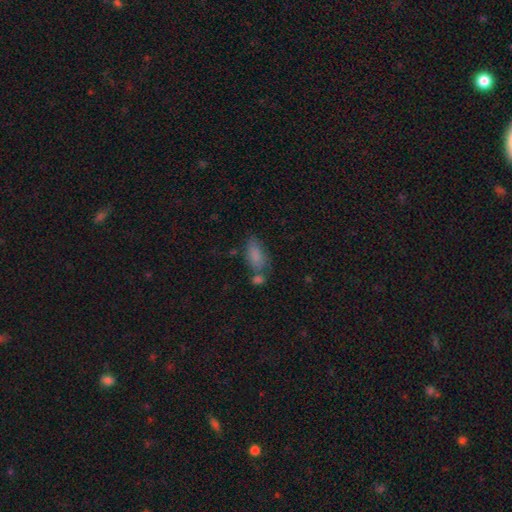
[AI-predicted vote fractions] smooth 83%, star or artifact 9%, featured or disk 9%. Down the decision tree: how rounded — in between (89%); merging — none (48%).